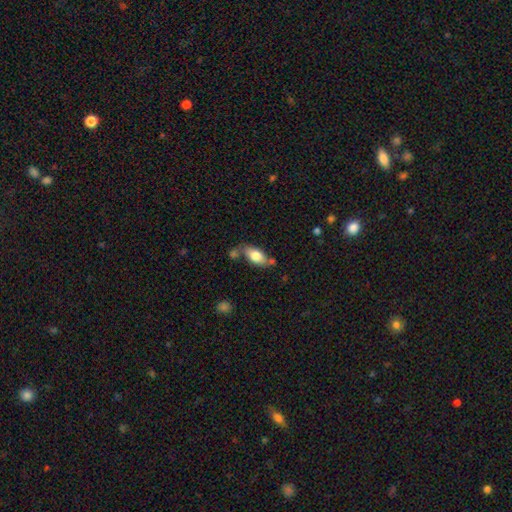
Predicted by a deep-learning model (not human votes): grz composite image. It shows a smooth galaxy with no disk features (74%) that is in between round and cigar-shaped (88%). Merging: none (59%).